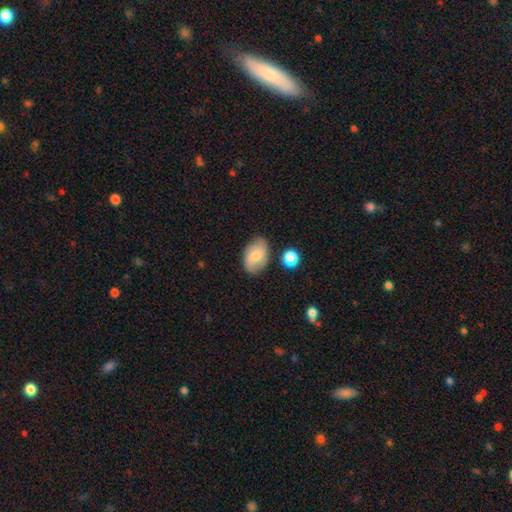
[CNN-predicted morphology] A smooth galaxy with no disk features (62%) that is in between round and cigar-shaped (87%).

Vote fractions:
- Smooth or featured? smooth: 62% / featured or disk: 30% / star or artifact: 8%
- How rounded? in between: 87% / round: 11% / cigar-shaped: 2%
- Merging? none: 76% / minor disturbance: 17% / major disturbance: 4% / merger: 4%